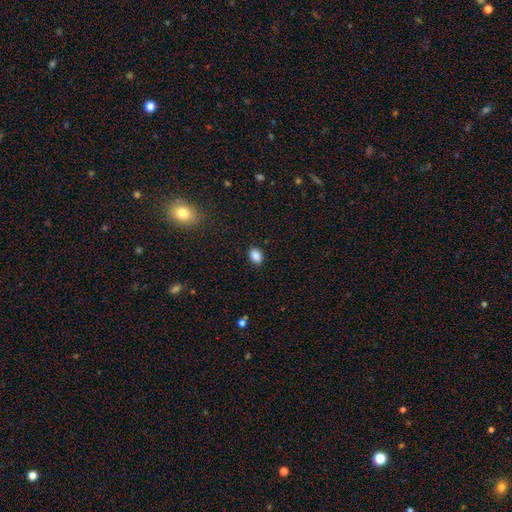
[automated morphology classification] Smooth or featured: smooth — 87% (star or artifact — 10%)
How rounded: in between — 75% (round — 24%)
Merging: none — 87% (minor disturbance — 9%)